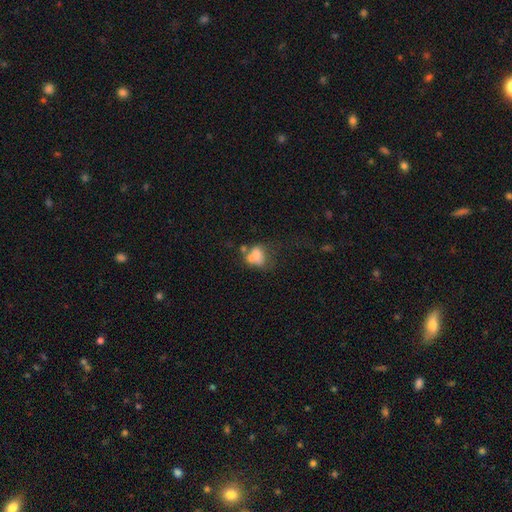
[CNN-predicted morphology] smooth-or-featured: smooth: 65% | featured or disk: 23% | star or artifact: 12%
  how-rounded: in between: 62% | round: 36% | cigar-shaped: 2%
  merging: merger: 39% | none: 26% | major disturbance: 18% | minor disturbance: 17%